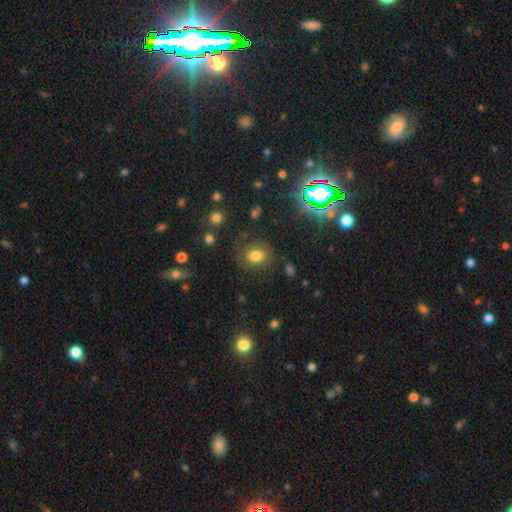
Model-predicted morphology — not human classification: type=smooth (70%); roundness=round (50%); merging=none (77%).